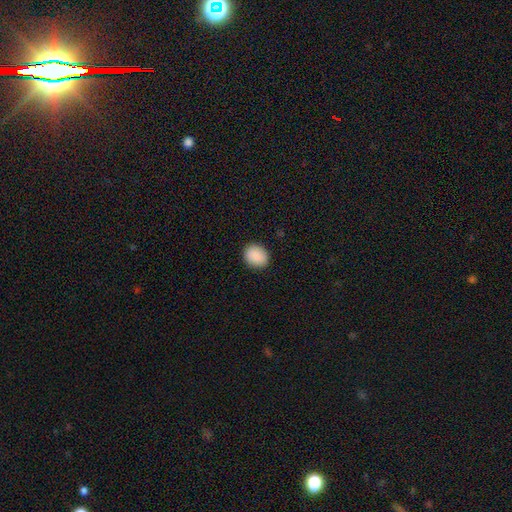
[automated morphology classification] smooth 90%, star or artifact 7%, featured or disk 3%. Down the decision tree: how rounded — round (56%); merging — none (89%).